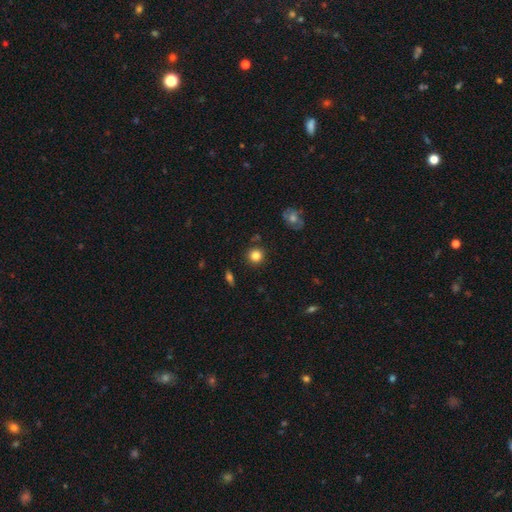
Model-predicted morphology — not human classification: Overall: smooth (83%). How rounded: round (92%). Merging: none (88%).